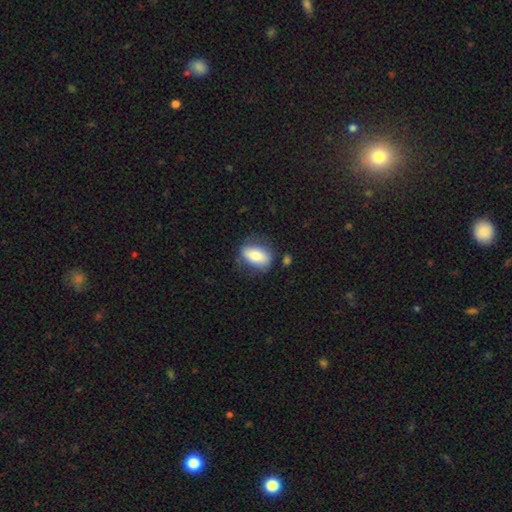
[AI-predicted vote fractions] Q: Smooth or featured?
A: smooth (74%); runner-up: featured or disk (19%)
Q: How rounded?
A: in between (85%); runner-up: round (11%)
Q: Merging?
A: none (66%); runner-up: minor disturbance (21%)